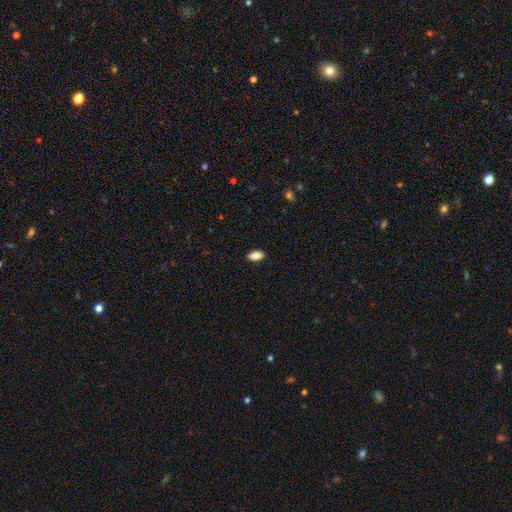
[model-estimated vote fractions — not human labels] smooth_or_featured: smooth (p=0.85) [alt: star or artifact p=0.08]
how_rounded: in between (p=0.90) [alt: cigar-shaped p=0.06]
merging: none (p=0.89) [alt: minor disturbance p=0.08]